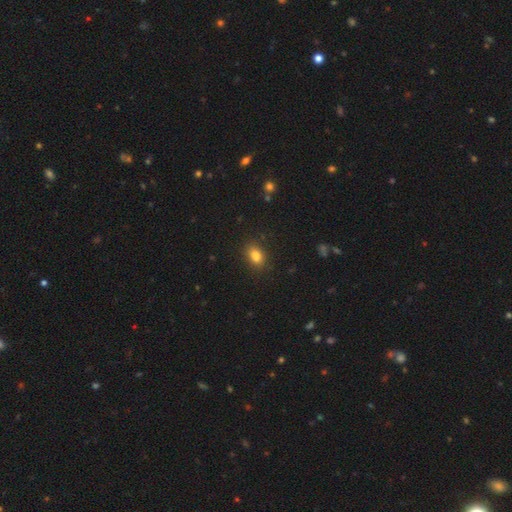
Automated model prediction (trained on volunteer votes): The model was most divided on "how rounded": in between: 78%, round: 20%, cigar-shaped: 2%. More confident: merging — none (85%); smooth or featured — smooth (83%).